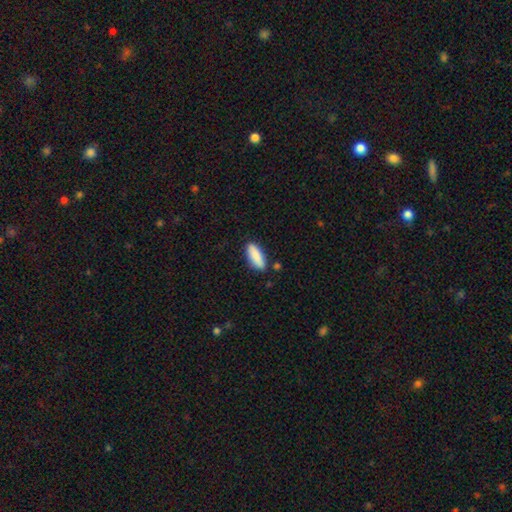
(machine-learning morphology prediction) smooth-or-featured: smooth: 88% | star or artifact: 6% | featured or disk: 6%
  how-rounded: in between: 68% | cigar-shaped: 30% | round: 2%
  merging: none: 84% | minor disturbance: 12% | merger: 2% | major disturbance: 2%